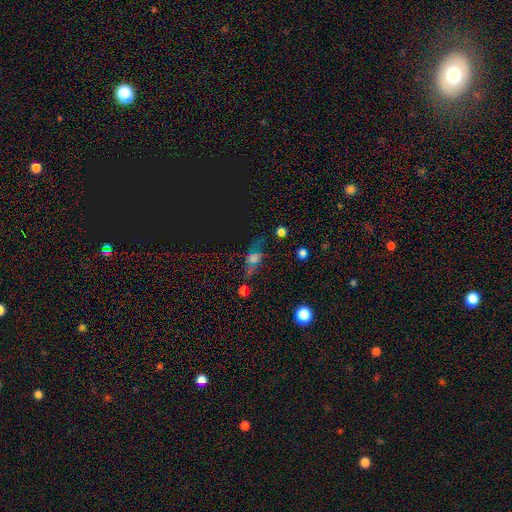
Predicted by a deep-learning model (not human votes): Overall: star or artifact (35%; featured or disk 32%).